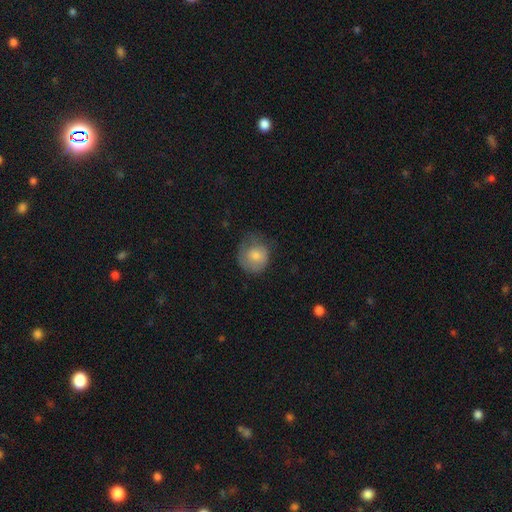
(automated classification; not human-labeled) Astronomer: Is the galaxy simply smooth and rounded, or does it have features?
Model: smooth — 72%.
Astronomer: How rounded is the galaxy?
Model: round — 80%.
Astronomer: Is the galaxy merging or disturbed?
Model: none — 47% (runner-up: minor disturbance, 32%).